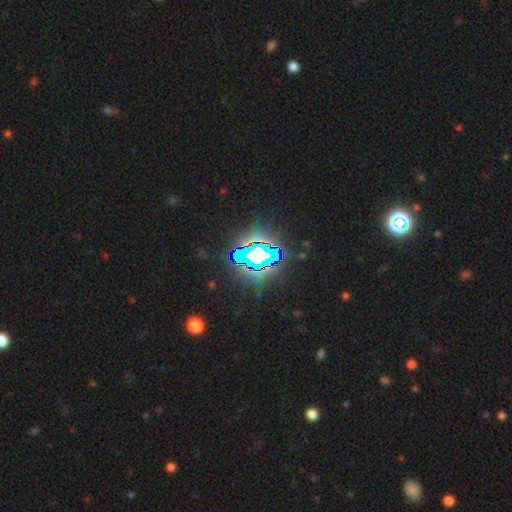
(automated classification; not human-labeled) smooth_or_featured: star or artifact (p=0.76) [alt: smooth p=0.12]